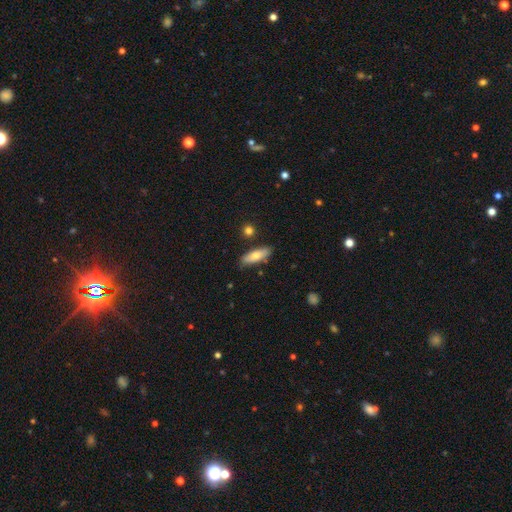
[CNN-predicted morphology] A smooth galaxy with no disk features (71%) that is in between round and cigar-shaped (54%). Merging: none (83%).